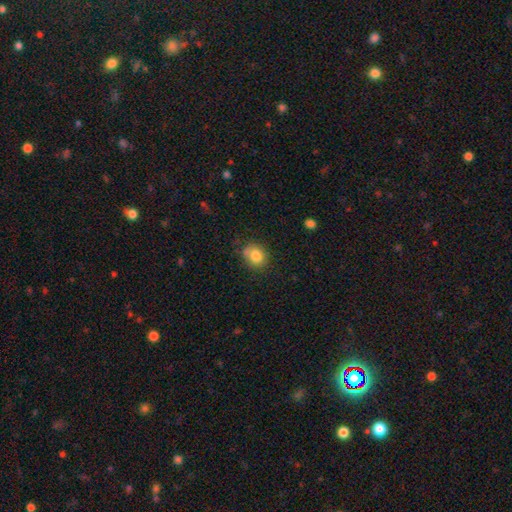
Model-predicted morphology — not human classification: This appears to be a smooth galaxy with no disk features (81%) that is round (67%). Merging: none (68%).